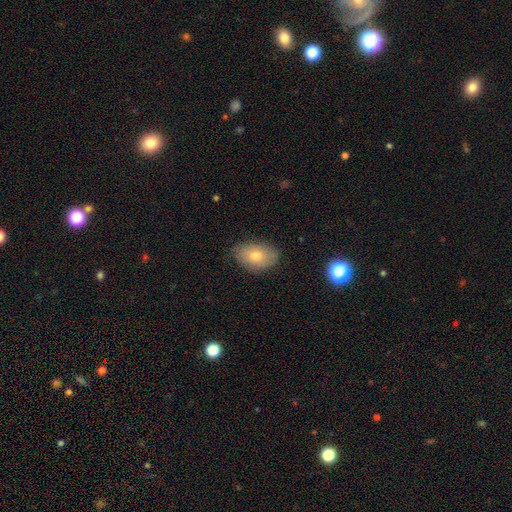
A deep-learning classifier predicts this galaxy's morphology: type=smooth (71%); roundness=in between (88%); merging=none (80%).